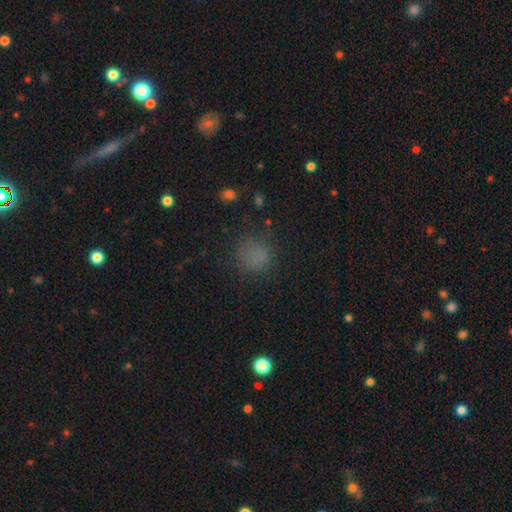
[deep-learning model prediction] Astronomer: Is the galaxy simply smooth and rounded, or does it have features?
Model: smooth — 74%.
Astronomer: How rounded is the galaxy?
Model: round — 87%.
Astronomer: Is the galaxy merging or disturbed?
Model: none — 76%.